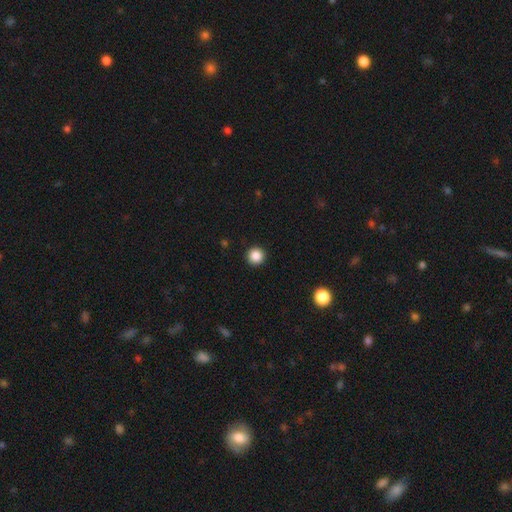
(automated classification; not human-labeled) The model was most divided on "smooth or featured": smooth: 87%, star or artifact: 10%, featured or disk: 3%. More confident: how rounded — round (96%); merging — none (93%).